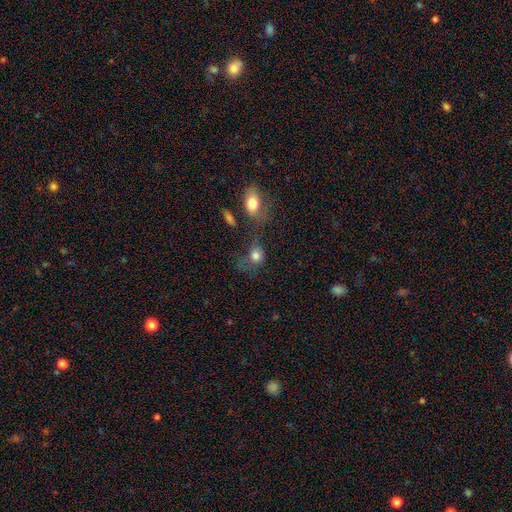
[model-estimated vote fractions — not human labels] Overall: smooth (78%). How rounded: round (59%; in between 39%). Merging: none (32%; major disturbance 24%).